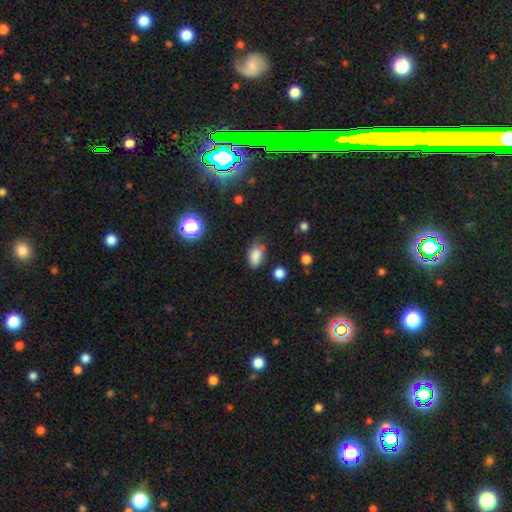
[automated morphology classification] smooth-or-featured: smooth: 81% | star or artifact: 12% | featured or disk: 7%
  how-rounded: in between: 88% | round: 9% | cigar-shaped: 3%
  merging: none: 54% | minor disturbance: 32% | major disturbance: 9% | merger: 5%